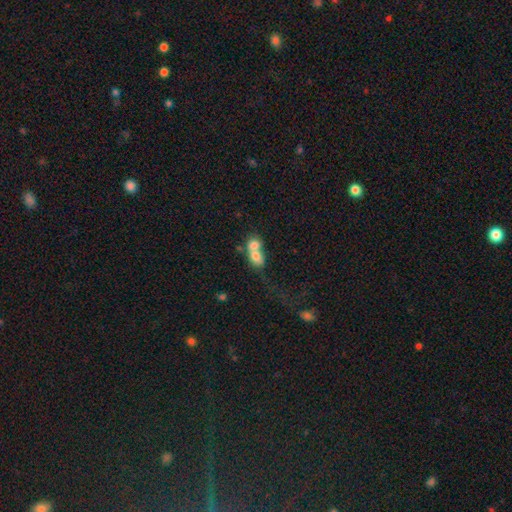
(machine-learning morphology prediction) Smooth or featured? smooth (69%)
How rounded? round (50%)
Merging? merger (76%)